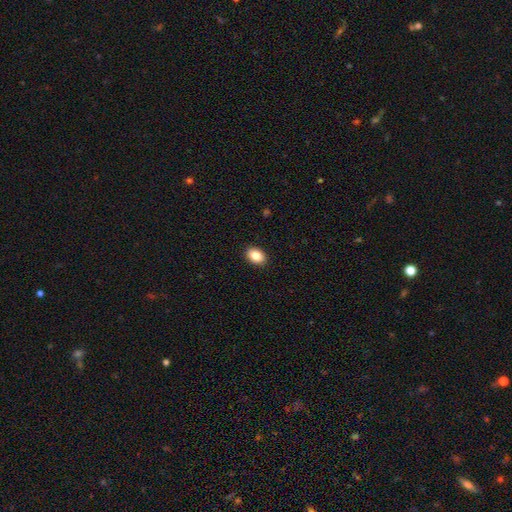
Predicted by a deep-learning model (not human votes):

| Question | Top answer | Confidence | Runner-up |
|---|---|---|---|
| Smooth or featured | smooth | 86% | star or artifact (8%) |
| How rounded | in between | 79% | round (20%) |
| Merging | none | 91% | minor disturbance (6%) |